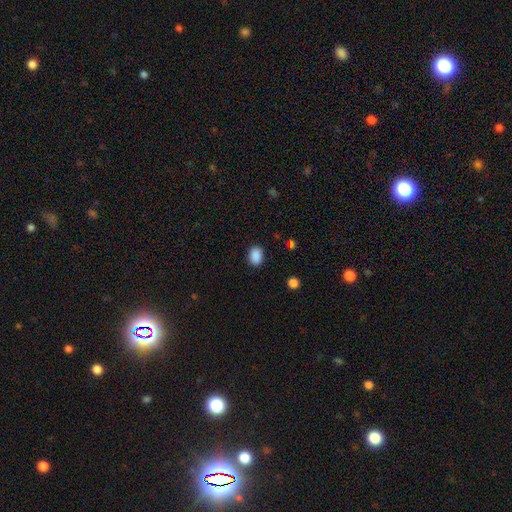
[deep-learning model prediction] A smooth galaxy with no disk features (89%) that is in between round and cigar-shaped (71%). Merging: none (86%).